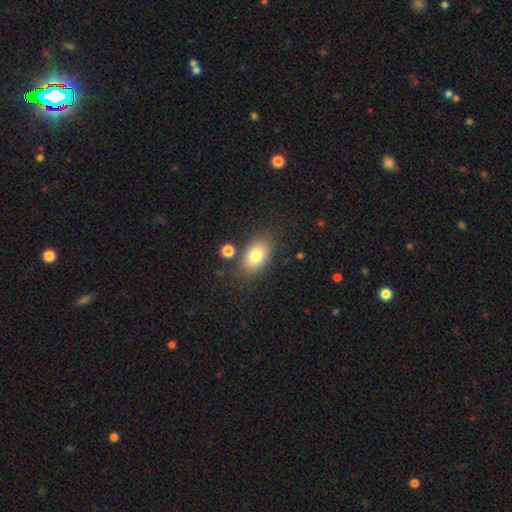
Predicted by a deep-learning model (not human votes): This appears to be a smooth galaxy with no disk features (79%) that is in between round and cigar-shaped (86%). Merging: none (78%).